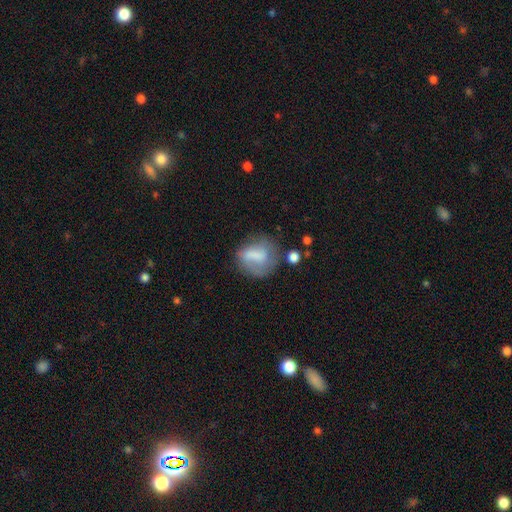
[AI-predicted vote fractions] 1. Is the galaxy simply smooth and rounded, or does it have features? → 61% smooth, 30% featured or disk, 9% star or artifact.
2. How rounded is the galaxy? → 63% round, 35% in between, 2% cigar-shaped.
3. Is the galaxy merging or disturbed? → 46% none, 26% minor disturbance, 20% major disturbance, 7% merger.